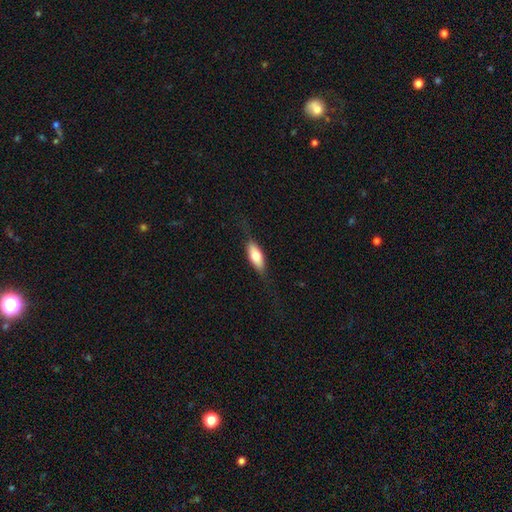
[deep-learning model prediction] Smooth or featured?
  - smooth: 67% *
  - featured or disk: 27%
  - star or artifact: 6%
How rounded?
  - in between: 71% *
  - cigar-shaped: 26%
  - round: 3%
Merging?
  - none: 77% *
  - minor disturbance: 16%
  - major disturbance: 6%
  - merger: 1%